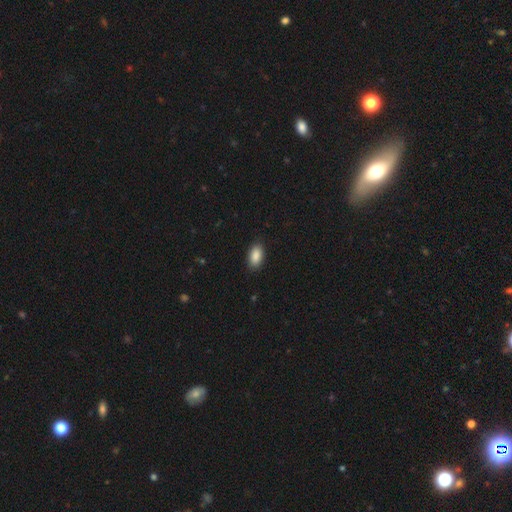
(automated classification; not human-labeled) Overall: smooth (89%). How rounded: in between (93%). Merging: none (87%).